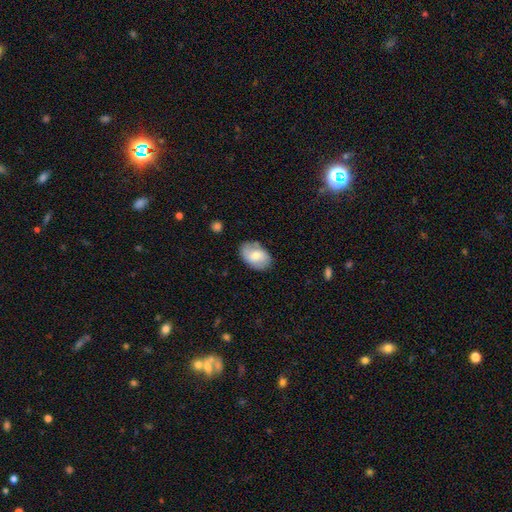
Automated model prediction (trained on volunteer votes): Q: Smooth or featured?
A: smooth (67%); runner-up: featured or disk (26%)
Q: How rounded?
A: in between (88%); runner-up: round (11%)
Q: Merging?
A: none (74%); runner-up: minor disturbance (19%)